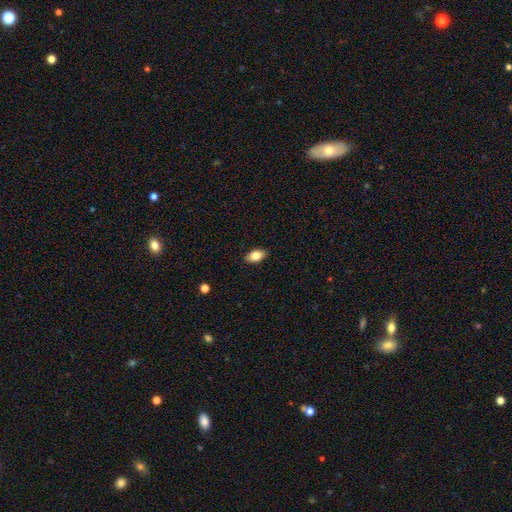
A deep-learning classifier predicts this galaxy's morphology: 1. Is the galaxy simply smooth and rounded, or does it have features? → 83% smooth, 9% featured or disk, 7% star or artifact.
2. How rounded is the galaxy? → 91% in between, 5% round, 4% cigar-shaped.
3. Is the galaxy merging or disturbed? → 89% none, 9% minor disturbance, 2% major disturbance, 1% merger.